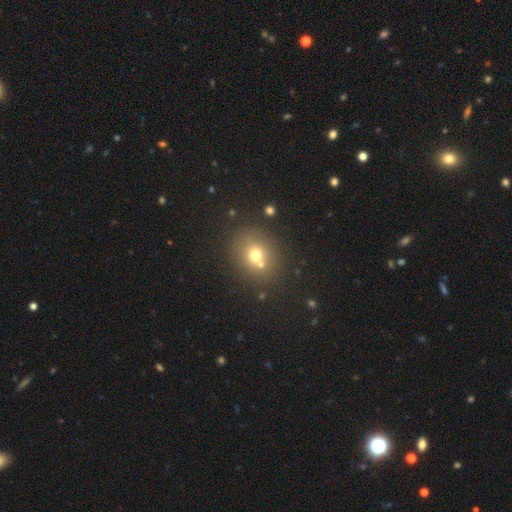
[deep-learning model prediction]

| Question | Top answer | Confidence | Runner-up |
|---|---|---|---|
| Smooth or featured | smooth | 66% | star or artifact (17%) |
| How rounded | round | 71% | in between (28%) |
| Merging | none | 63% | merger (23%) |